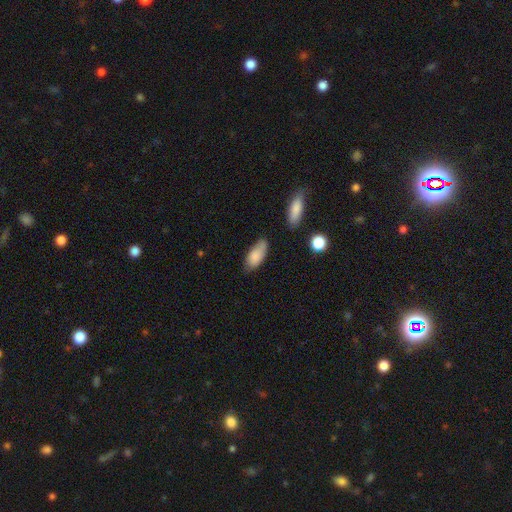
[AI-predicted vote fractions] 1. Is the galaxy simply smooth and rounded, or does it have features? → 83% smooth, 10% featured or disk, 7% star or artifact.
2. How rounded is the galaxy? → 89% in between, 8% cigar-shaped, 3% round.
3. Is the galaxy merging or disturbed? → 62% none, 28% minor disturbance, 6% major disturbance, 4% merger.